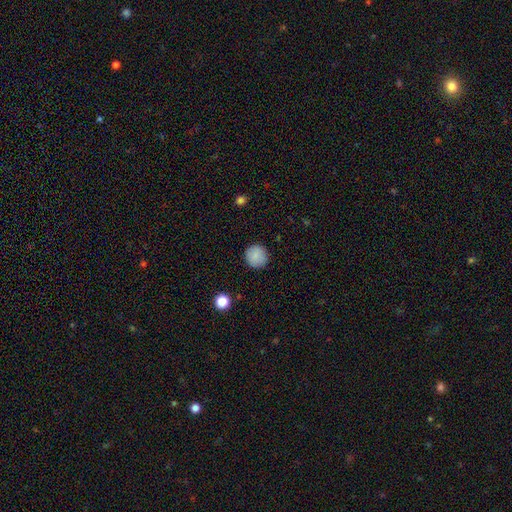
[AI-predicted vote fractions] A smooth galaxy with no disk features (88%) that is round (95%).

Vote fractions:
- Smooth or featured? smooth: 88% / star or artifact: 8% / featured or disk: 5%
- How rounded? round: 95% / in between: 5% / cigar-shaped: 1%
- Merging? none: 91% / minor disturbance: 6% / major disturbance: 2% / merger: 1%